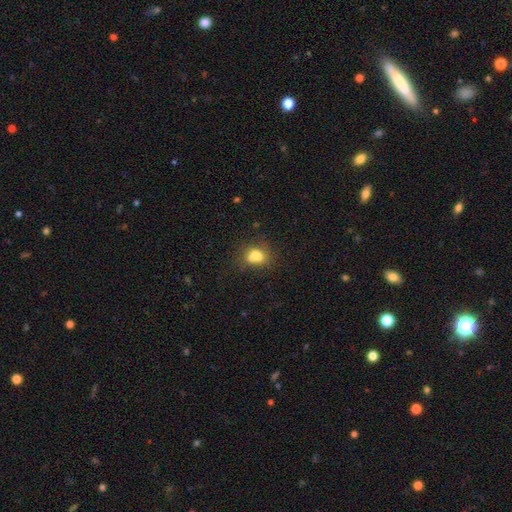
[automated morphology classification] This appears to be a smooth galaxy with no disk features (72%) that is in between round and cigar-shaped (52%). Merging: merger (40%).